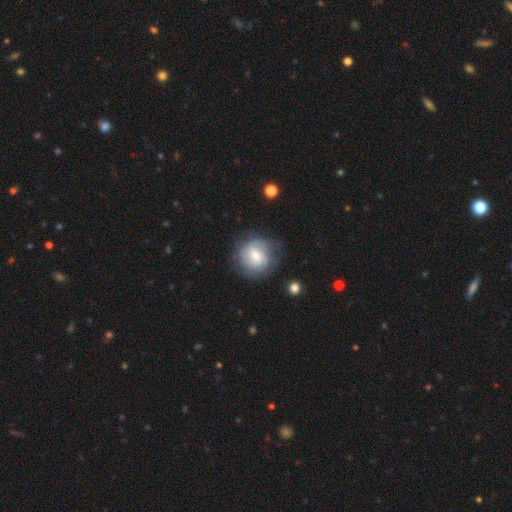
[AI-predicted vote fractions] A featured or disk galaxy (62%) with no bar (47%), tight (54%) spiral arms (83%) and a small central bulge (52%). Merging: none (68%).